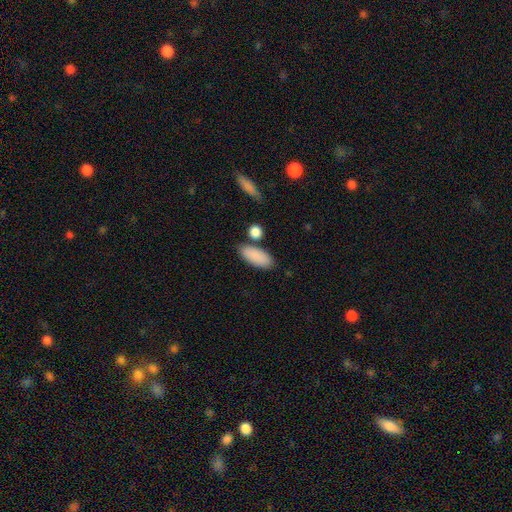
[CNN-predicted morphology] type=smooth (88%); roundness=in between (83%); merging=none (75%).